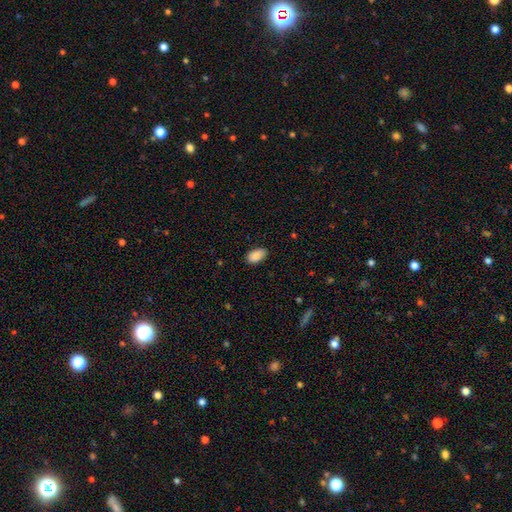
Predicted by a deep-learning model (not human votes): smooth_or_featured: smooth (p=0.89) [alt: star or artifact p=0.07]
how_rounded: in between (p=0.94) [alt: round p=0.04]
merging: none (p=0.84) [alt: minor disturbance p=0.13]